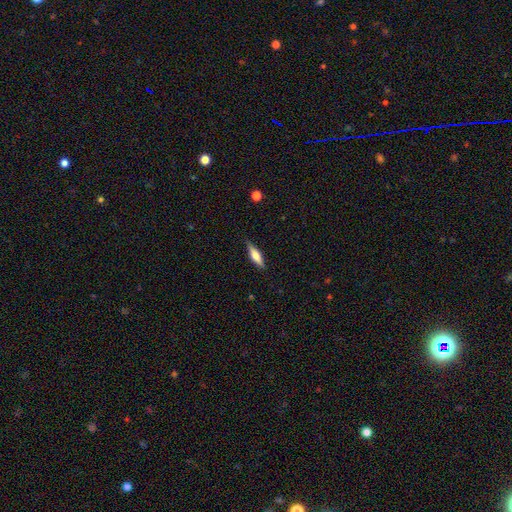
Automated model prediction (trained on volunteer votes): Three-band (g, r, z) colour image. It shows a smooth galaxy with no disk features (50%) that is cigar-shaped (63%). Merging: none (86%).